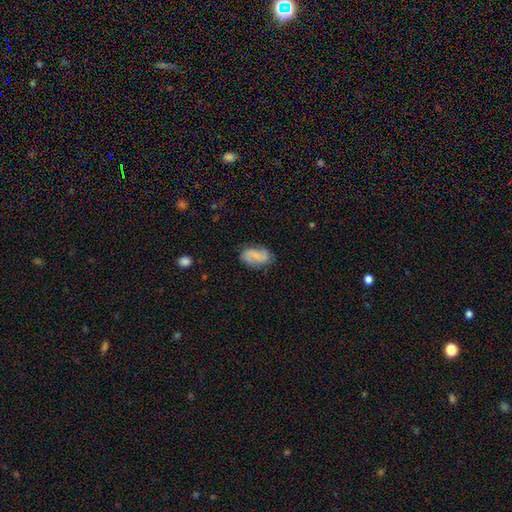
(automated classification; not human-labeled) smooth-or-featured: smooth: 48% | featured or disk: 44% | star or artifact: 9%
  merging: none: 75% | minor disturbance: 18% | major disturbance: 5% | merger: 2%